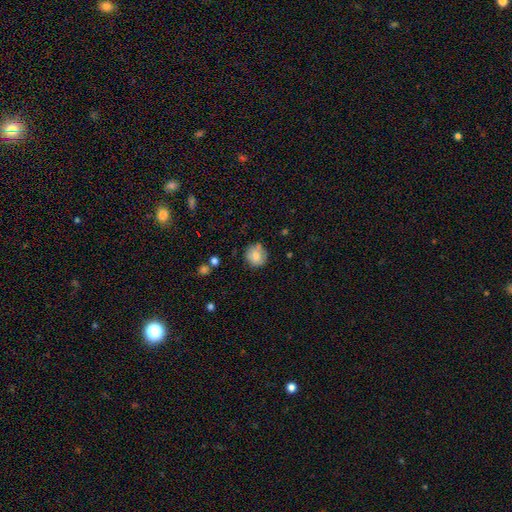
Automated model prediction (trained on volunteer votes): Q: Smooth or featured?
A: smooth (78%); runner-up: featured or disk (14%)
Q: How rounded?
A: round (89%); runner-up: in between (10%)
Q: Merging?
A: none (74%); runner-up: minor disturbance (19%)